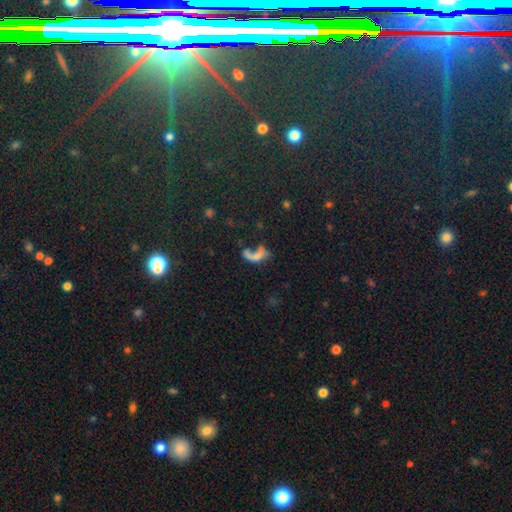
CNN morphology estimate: smooth_or_featured: smooth (p=0.42) [alt: featured or disk p=0.39]
merging: major disturbance (p=0.37) [alt: merger p=0.28]